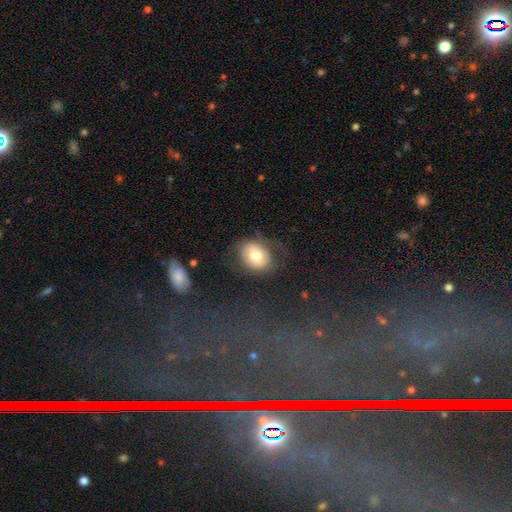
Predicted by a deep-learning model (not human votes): Smooth or featured?
  - smooth: 70% *
  - featured or disk: 22%
  - star or artifact: 9%
How rounded?
  - in between: 55% *
  - round: 44%
  - cigar-shaped: 1%
Merging?
  - none: 69% *
  - minor disturbance: 18%
  - major disturbance: 11%
  - merger: 2%